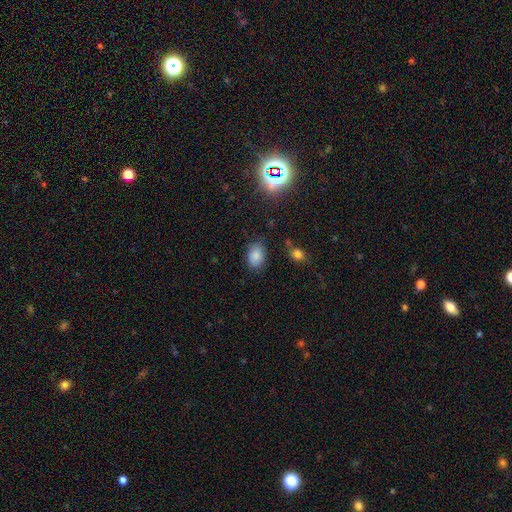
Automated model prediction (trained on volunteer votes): smooth-or-featured: smooth: 83% | star or artifact: 12% | featured or disk: 6%
  how-rounded: in between: 79% | round: 19% | cigar-shaped: 1%
  merging: none: 78% | minor disturbance: 15% | major disturbance: 4% | merger: 2%